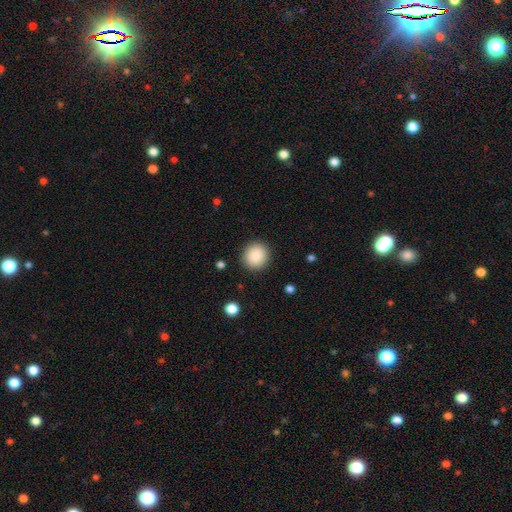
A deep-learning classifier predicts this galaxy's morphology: smooth-or-featured: smooth: 88% | star or artifact: 8% | featured or disk: 4%
  how-rounded: round: 91% | in between: 8% | cigar-shaped: 1%
  merging: none: 91% | minor disturbance: 6% | major disturbance: 2% | merger: 1%